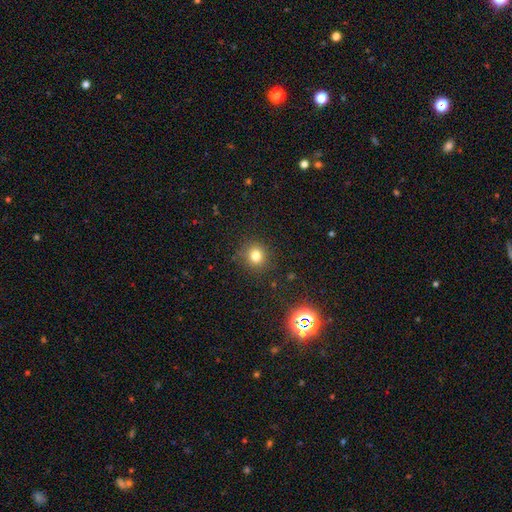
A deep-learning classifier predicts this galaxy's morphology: This is likely a smooth galaxy (79%). How rounded: clearly round (88%). Merging: clearly none (88%).